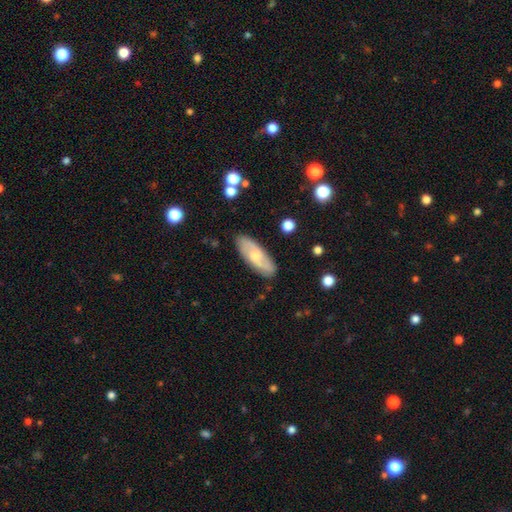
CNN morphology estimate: A featured or disk galaxy (49%).

Vote fractions:
- Smooth or featured? featured or disk: 49% / smooth: 45% / star or artifact: 6%
- Merging? none: 84% / minor disturbance: 11% / major disturbance: 3% / merger: 2%